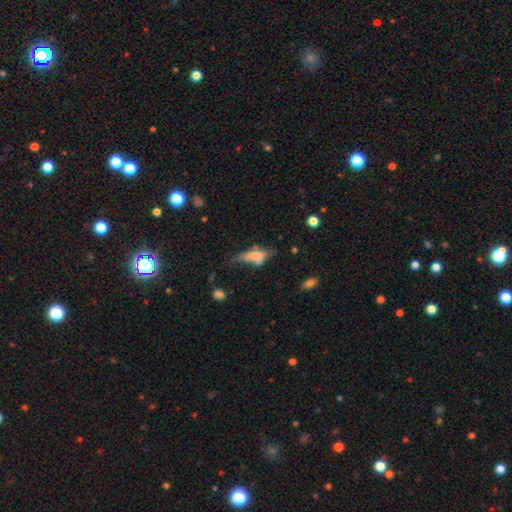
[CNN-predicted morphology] Smooth or featured?
  - smooth: 52% *
  - featured or disk: 37%
  - star or artifact: 10%
How rounded?
  - in between: 53% *
  - cigar-shaped: 43%
  - round: 4%
Merging?
  - none: 33% *
  - minor disturbance: 26%
  - major disturbance: 25%
  - merger: 16%